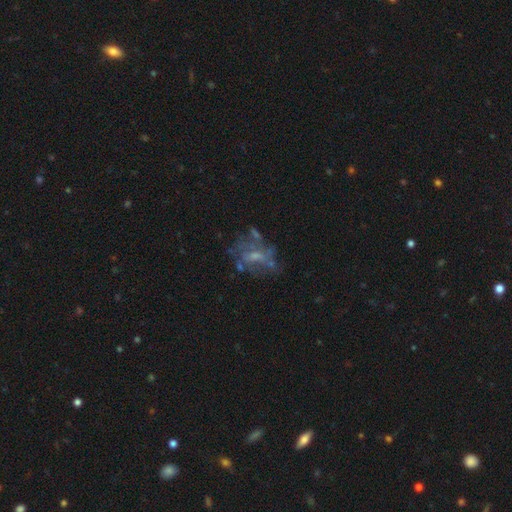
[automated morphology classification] Smooth or featured?
  - featured or disk: 64% *
  - smooth: 21%
  - star or artifact: 15%
Edge-on disk?
  - no: 96% *
  - yes: 4%
Bar?
  - no: 59% *
  - weak: 33%
  - strong: 8%
Spiral arms?
  - no: 65% *
  - yes: 35%
Bulge size?
  - small: 45% *
  - moderate: 33%
  - none: 19%
  - large: 2%
  - dominant: 1%
Merging?
  - none: 47% *
  - major disturbance: 24%
  - minor disturbance: 19%
  - merger: 10%